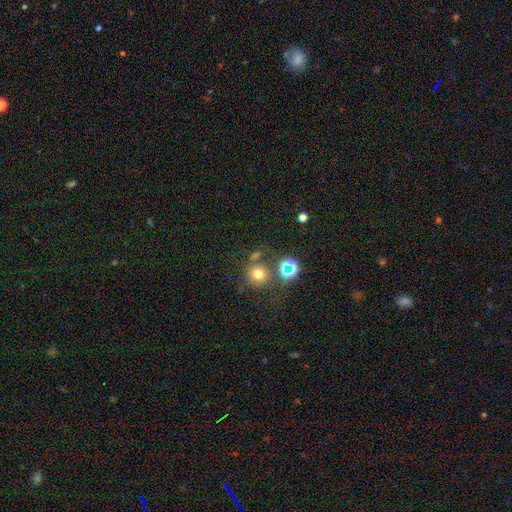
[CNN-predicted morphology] Smooth or featured? Predicted: smooth (p=0.54). How rounded? Predicted: round (p=0.90). Merging? Predicted: none (p=0.70).